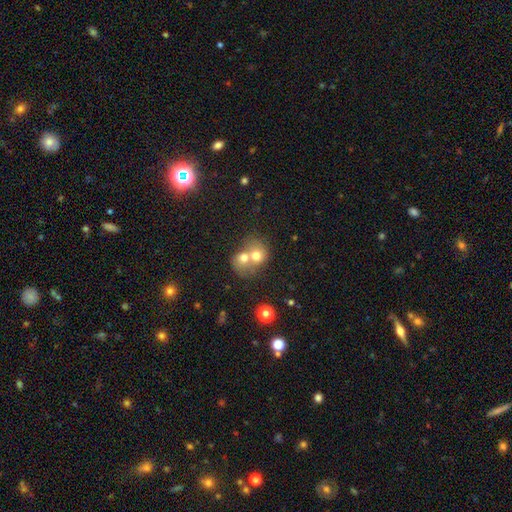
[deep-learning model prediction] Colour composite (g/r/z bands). It shows a smooth galaxy with no disk features (66%) that is round (66%). Merging: merger (74%).